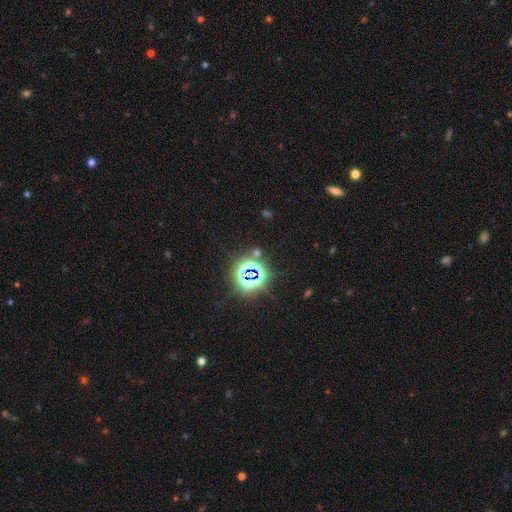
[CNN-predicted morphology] A star or artifact, not a galaxy (78%).